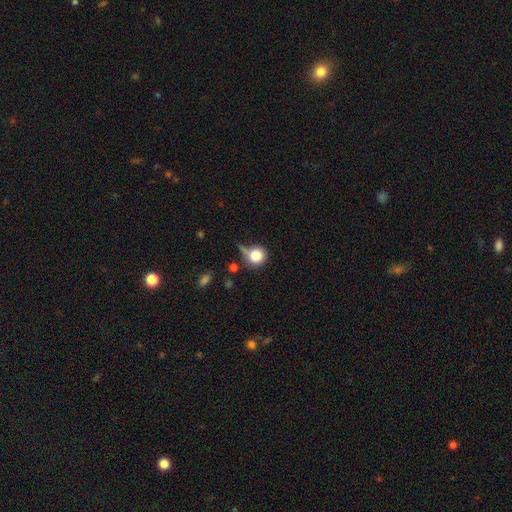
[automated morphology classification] smooth_or_featured: smooth (p=0.81) [alt: star or artifact p=0.10]
how_rounded: round (p=0.89) [alt: in between p=0.09]
merging: none (p=0.52) [alt: minor disturbance p=0.24]